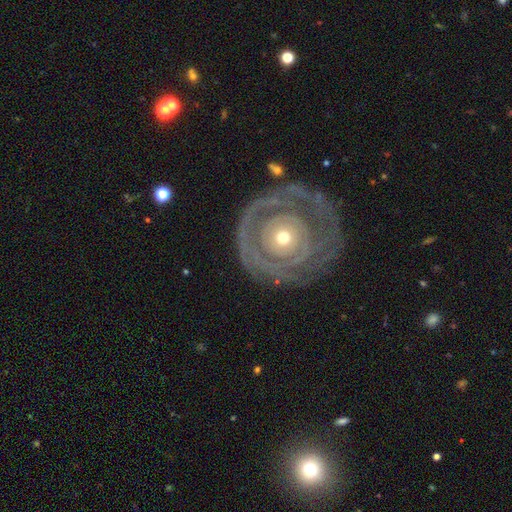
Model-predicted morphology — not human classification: A featured or disk galaxy (75%) with no bar (87%), spiral arms (53%) and a small central bulge (54%). Merging: none (72%).